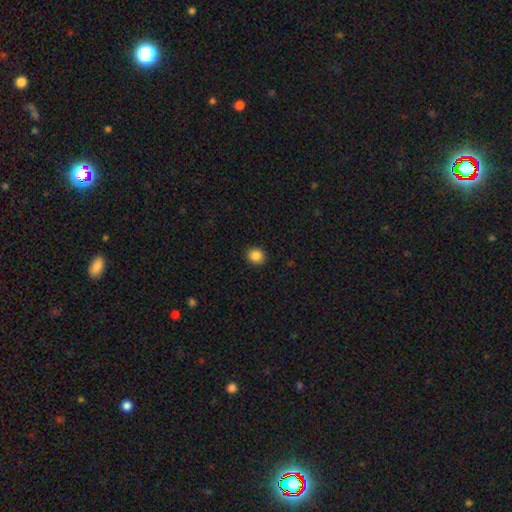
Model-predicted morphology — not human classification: The model was most divided on "how rounded": round: 81%, in between: 18%, cigar-shaped: 1%. More confident: merging — none (91%); smooth or featured — smooth (86%).